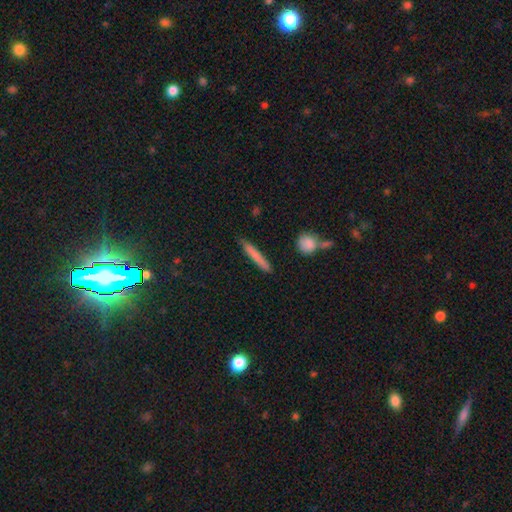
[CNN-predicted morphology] Smooth or featured? Predicted: smooth (p=0.75). How rounded? Predicted: cigar-shaped (p=0.95). Merging? Predicted: none (p=0.85).